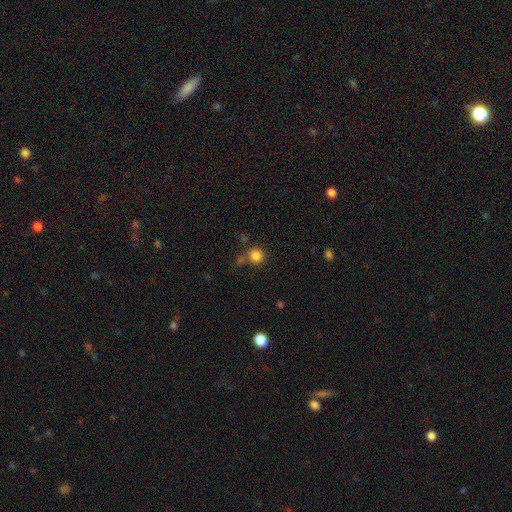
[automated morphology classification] This is clearly a smooth galaxy (83%). How rounded: clearly round (92%). Merging: likely none (70%).